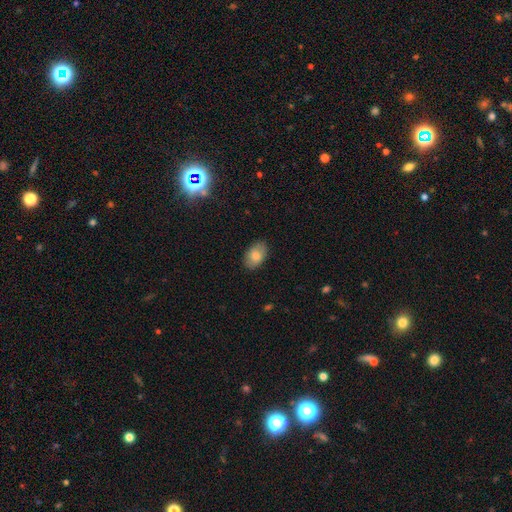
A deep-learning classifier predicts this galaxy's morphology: This is likely a smooth galaxy (80%). How rounded: clearly in between (90%). Merging: clearly none (85%).